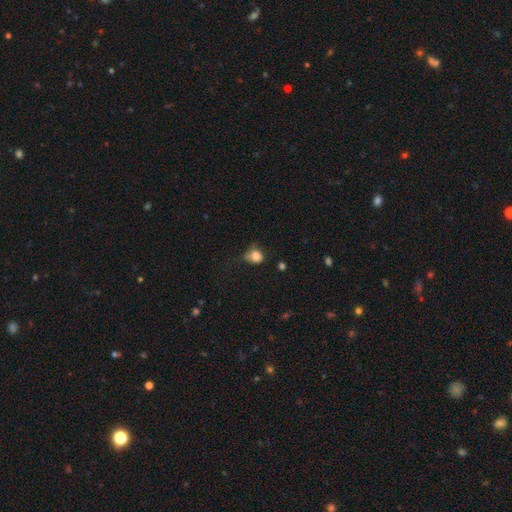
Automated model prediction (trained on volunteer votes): A smooth galaxy with no disk features (80%) that is round (62%).

Vote fractions:
- Smooth or featured? smooth: 80% / star or artifact: 10% / featured or disk: 10%
- How rounded? round: 62% / in between: 37% / cigar-shaped: 1%
- Merging? none: 46% / minor disturbance: 36% / major disturbance: 14% / merger: 3%